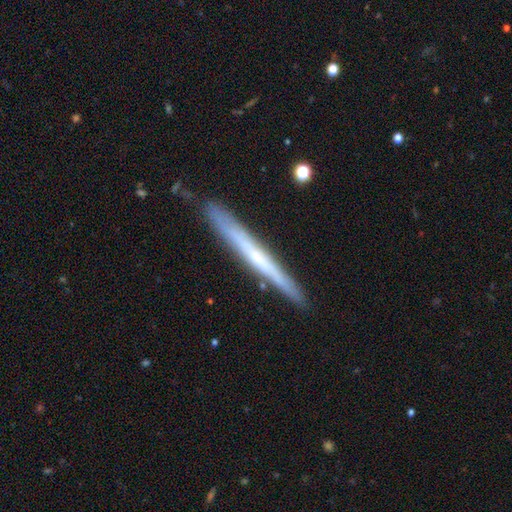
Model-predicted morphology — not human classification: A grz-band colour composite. It shows a featured or disk galaxy (57%) viewed edge-on (95%) with no central bulge (71%). Merging: none (87%).